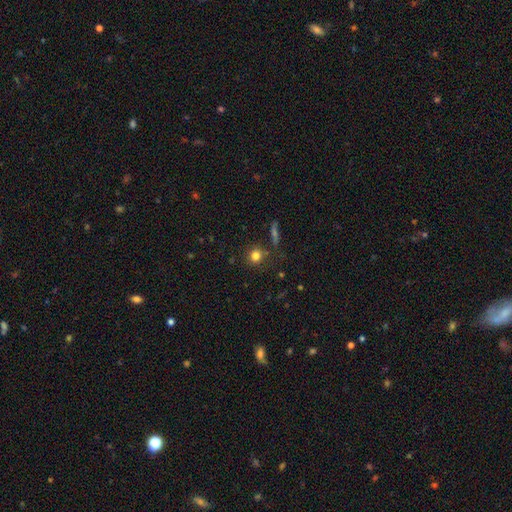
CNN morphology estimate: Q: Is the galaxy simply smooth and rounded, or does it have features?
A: smooth — 80%.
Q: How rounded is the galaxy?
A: round — 79%.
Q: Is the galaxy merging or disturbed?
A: none — 80%.